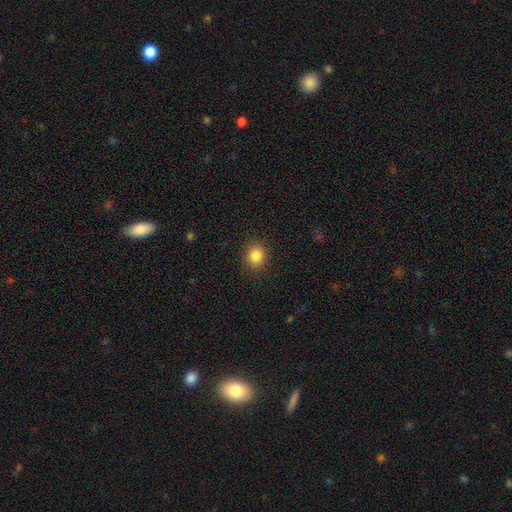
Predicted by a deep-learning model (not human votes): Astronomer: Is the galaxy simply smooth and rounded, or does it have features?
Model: smooth — 85%.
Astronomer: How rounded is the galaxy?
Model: round — 77%.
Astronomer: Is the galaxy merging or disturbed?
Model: none — 89%.